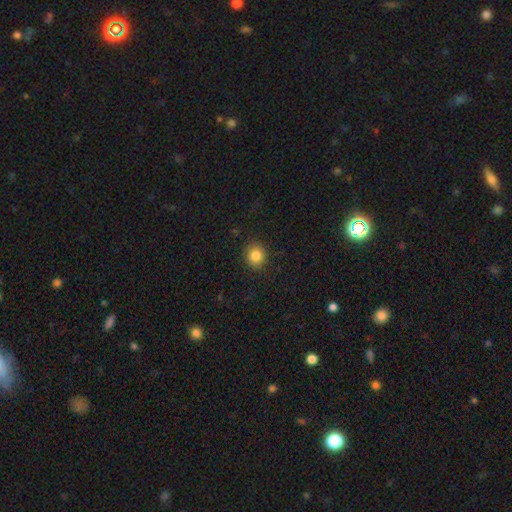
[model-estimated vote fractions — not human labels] Morphology: type=smooth (84%); roundness=round (84%); merging=none (89%).